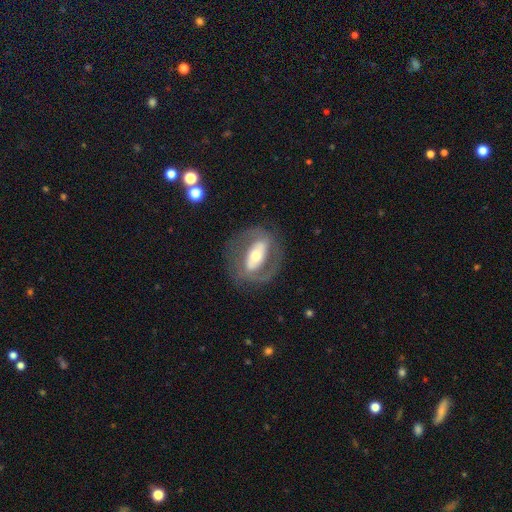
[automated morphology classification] Smooth or featured?
  - featured or disk: 73% *
  - smooth: 21%
  - star or artifact: 6%
Edge-on disk?
  - no: 91% *
  - yes: 9%
Bar?
  - strong: 54% *
  - no: 25%
  - weak: 22%
Spiral arms?
  - yes: 59% *
  - no: 41%
Bulge size?
  - moderate: 57% *
  - small: 27%
  - large: 13%
  - dominant: 2%
  - none: 1%
Merging?
  - none: 74% *
  - minor disturbance: 13%
  - major disturbance: 11%
  - merger: 1%